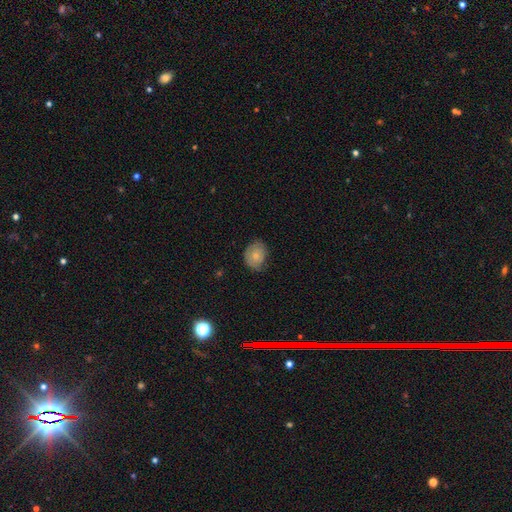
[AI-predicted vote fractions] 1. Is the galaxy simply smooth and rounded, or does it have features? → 72% smooth, 21% featured or disk, 8% star or artifact.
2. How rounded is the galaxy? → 50% in between, 49% round, 1% cigar-shaped.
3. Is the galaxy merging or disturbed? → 65% none, 27% minor disturbance, 6% major disturbance, 1% merger.